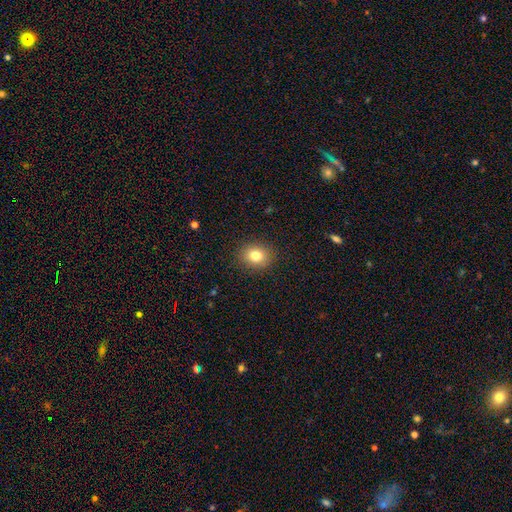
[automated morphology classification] Smooth or featured? Predicted: smooth (p=0.80). How rounded? Predicted: round (p=0.63). Merging? Predicted: none (p=0.90).